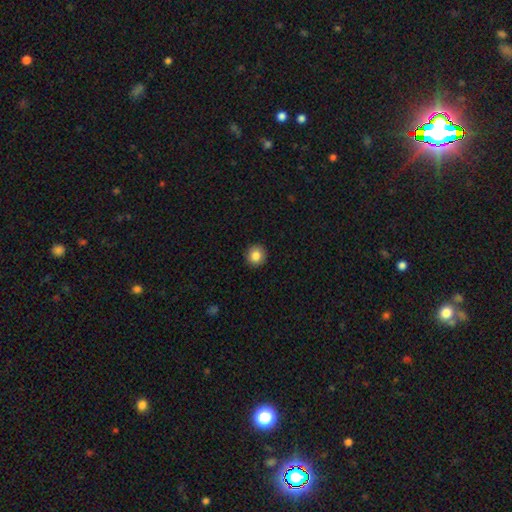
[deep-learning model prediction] Overall: smooth (85%). How rounded: round (94%). Merging: none (92%).